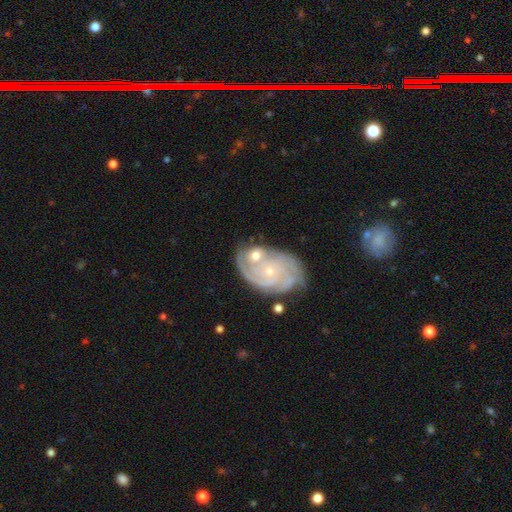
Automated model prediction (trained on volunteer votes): Smooth or featured?
  - featured or disk: 75% *
  - smooth: 19%
  - star or artifact: 6%
Edge-on disk?
  - no: 96% *
  - yes: 4%
Bar?
  - no: 79% *
  - weak: 17%
  - strong: 4%
Spiral arms?
  - yes: 91% *
  - no: 9%
Spiral winding?
  - tight: 68% *
  - medium: 26%
  - loose: 6%
Spiral arm count?
  - can't tell: 31% *
  - 3: 25%
  - 2: 23%
  - 4: 9%
  - 1: 6%
  - more than 4: 5%
Bulge size?
  - small: 68% *
  - moderate: 26%
  - none: 2%
  - large: 2%
  - dominant: 1%
Merging?
  - merger: 44% *
  - none: 35%
  - minor disturbance: 14%
  - major disturbance: 7%